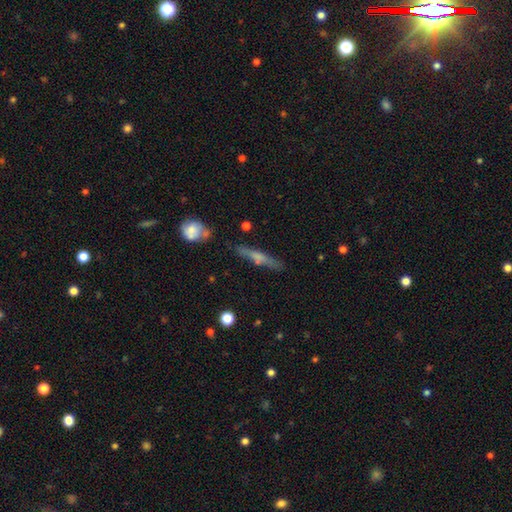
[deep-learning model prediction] smooth_or_featured: featured or disk (p=0.50) [alt: smooth p=0.41]
merging: none (p=0.78) [alt: minor disturbance p=0.15]